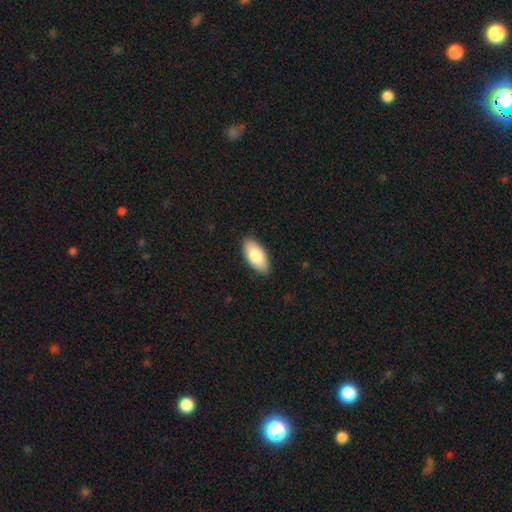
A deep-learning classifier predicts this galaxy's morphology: A smooth galaxy with no disk features (81%) that is in between round and cigar-shaped (92%).

Vote fractions:
- Smooth or featured? smooth: 81% / featured or disk: 13% / star or artifact: 6%
- How rounded? in between: 92% / cigar-shaped: 6% / round: 2%
- Merging? none: 88% / minor disturbance: 10% / major disturbance: 2% / merger: 1%